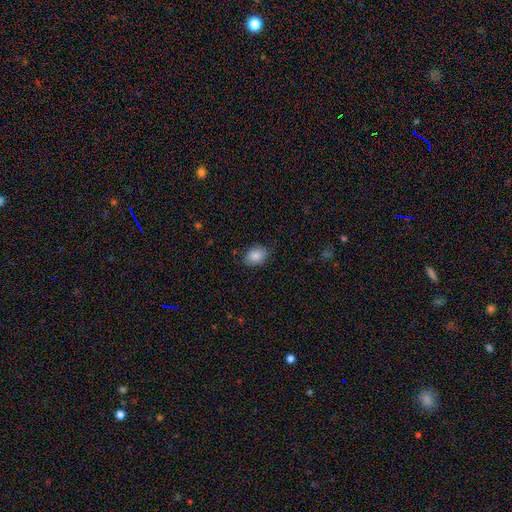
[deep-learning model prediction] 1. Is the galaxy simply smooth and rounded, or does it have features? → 87% smooth, 8% star or artifact, 5% featured or disk.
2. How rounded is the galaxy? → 76% in between, 23% round, 1% cigar-shaped.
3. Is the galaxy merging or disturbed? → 83% none, 13% minor disturbance, 3% major disturbance, 1% merger.